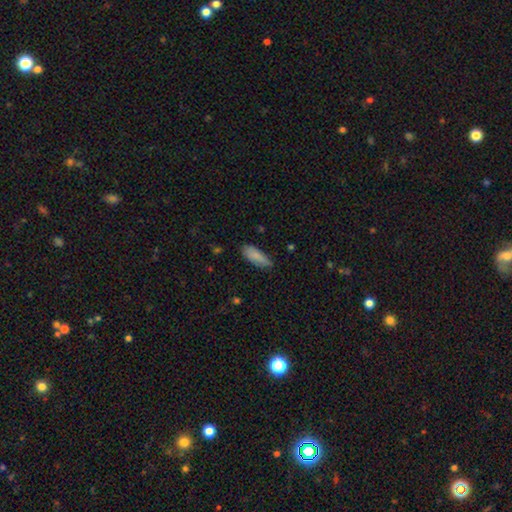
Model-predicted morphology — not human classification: Smooth or featured? Predicted: smooth (p=0.86). How rounded? Predicted: in between (p=0.68). Merging? Predicted: none (p=0.74).